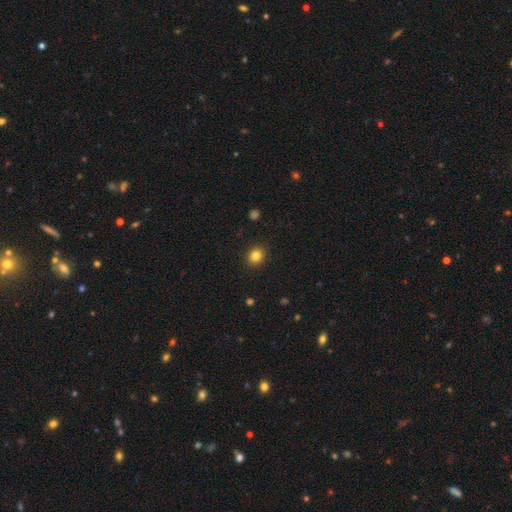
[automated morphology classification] Q: Smooth or featured?
A: smooth (83%); runner-up: star or artifact (11%)
Q: How rounded?
A: round (76%); runner-up: in between (23%)
Q: Merging?
A: none (91%); runner-up: minor disturbance (6%)